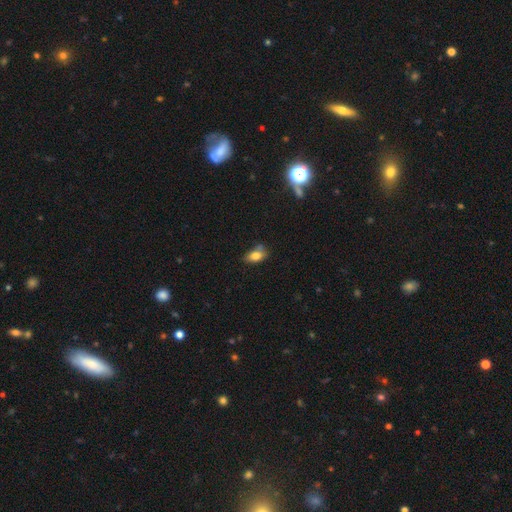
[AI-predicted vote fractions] This is likely a smooth galaxy (79%). How rounded: clearly in between (85%). Merging: possibly none (45%).